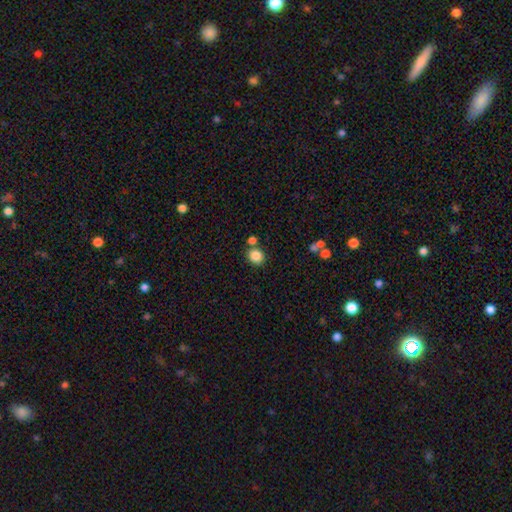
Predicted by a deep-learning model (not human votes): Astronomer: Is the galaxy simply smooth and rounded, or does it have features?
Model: smooth — 85%.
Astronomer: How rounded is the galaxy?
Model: round — 81%.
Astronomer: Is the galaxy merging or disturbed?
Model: none — 72%.